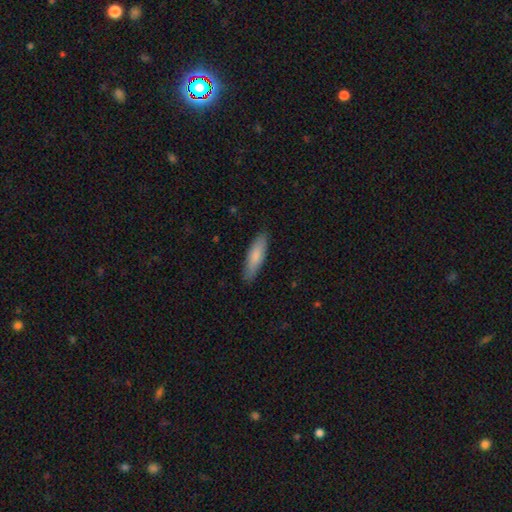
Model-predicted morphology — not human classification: smooth_or_featured: smooth (p=0.79) [alt: featured or disk p=0.16]
how_rounded: cigar-shaped (p=0.62) [alt: in between p=0.37]
merging: none (p=0.87) [alt: minor disturbance p=0.11]